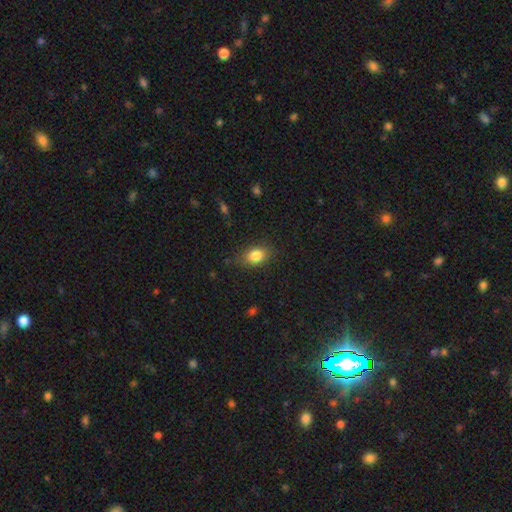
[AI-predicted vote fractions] Smooth or featured: smooth — 83% (star or artifact — 9%)
How rounded: in between — 78% (round — 20%)
Merging: none — 77% (minor disturbance — 17%)